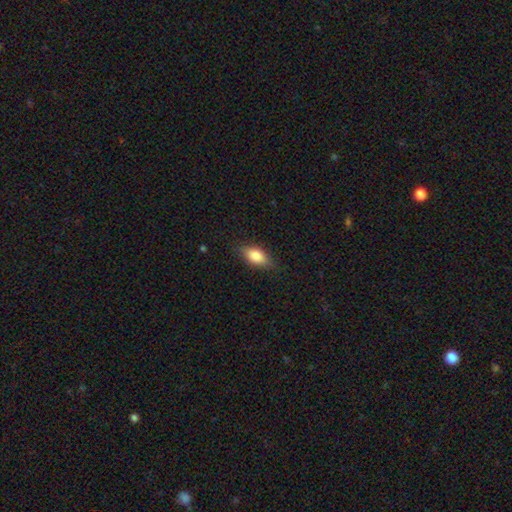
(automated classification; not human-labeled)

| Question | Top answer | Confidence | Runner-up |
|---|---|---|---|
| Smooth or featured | smooth | 78% | featured or disk (15%) |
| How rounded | in between | 83% | cigar-shaped (12%) |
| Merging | none | 82% | minor disturbance (14%) |